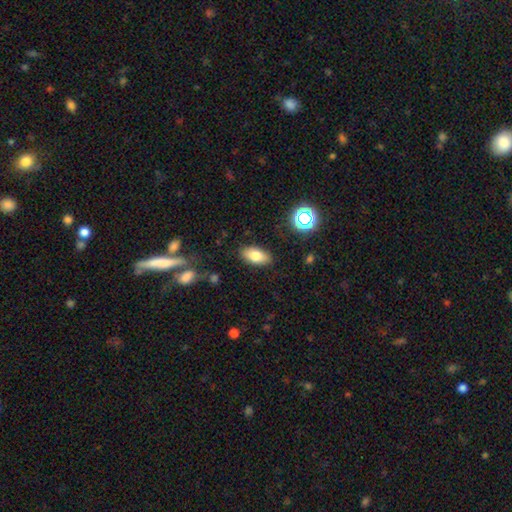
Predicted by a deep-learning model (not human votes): This appears to be a smooth galaxy with no disk features (78%) that is in between round and cigar-shaped (90%). Merging: none (85%).